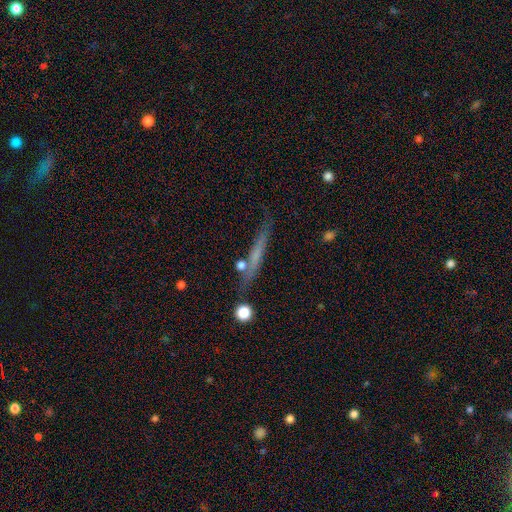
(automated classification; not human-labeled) Smooth or featured? Predicted: smooth (p=0.48). Merging? Predicted: none (p=0.77).